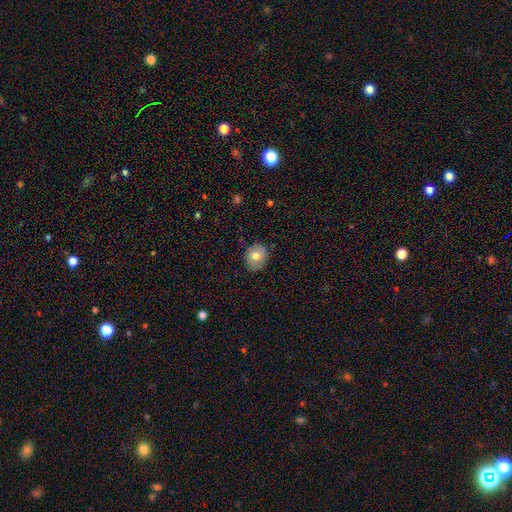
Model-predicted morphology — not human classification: Smooth or featured? Predicted: smooth (p=0.75). How rounded? Predicted: round (p=0.71). Merging? Predicted: none (p=0.83).